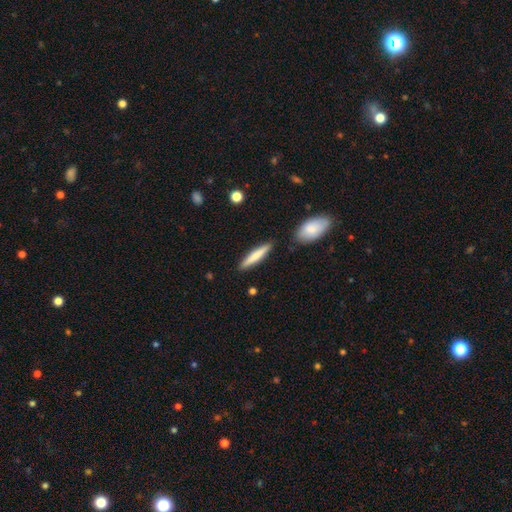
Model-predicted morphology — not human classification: smooth-or-featured: smooth: 68% | featured or disk: 26% | star or artifact: 5%
  how-rounded: cigar-shaped: 89% | in between: 9% | round: 1%
  merging: none: 87% | minor disturbance: 8% | merger: 3% | major disturbance: 2%